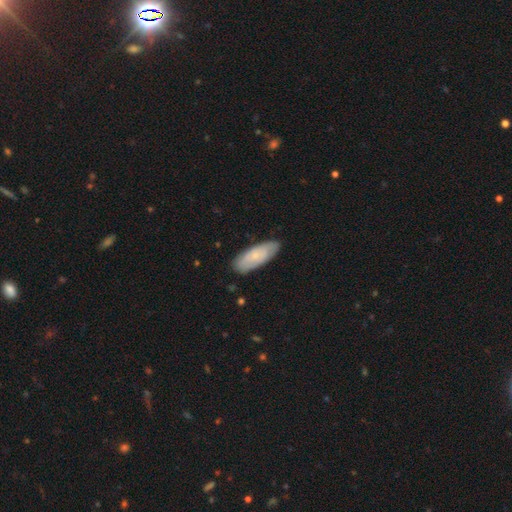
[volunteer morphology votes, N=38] Smooth or featured?
  - featured or disk: 53% *
  - smooth: 45%
  - star or artifact: 3%
Edge-on disk?
  - no: 95% *
  - yes: 5%
Bar?
  - no: 74% *
  - weak: 26%
  - strong: 0%
Spiral arms?
  - yes: 79% *
  - no: 21%
Spiral winding?
  - tight: 60% *
  - medium: 33%
  - loose: 7%
Spiral arm count?
  - 2: 80% *
  - can't tell: 13%
  - 3: 7%
  - 1: 0%
  - 4: 0%
  - more than 4: 0%
Bulge size?
  - small: 74% *
  - moderate: 21%
  - large: 5%
  - dominant: 0%
  - none: 0%
Merging?
  - none: 84% *
  - minor disturbance: 11%
  - major disturbance: 3%
  - merger: 3%